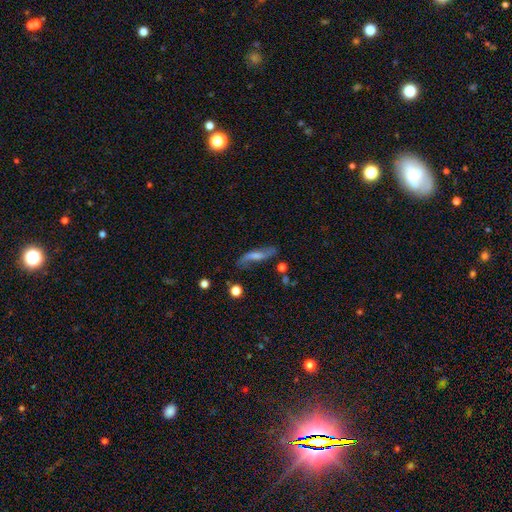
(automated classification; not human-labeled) This is possibly a featured or disk galaxy (54%). It is likely not viewed edge-on (68%). Merging: likely none (62%).